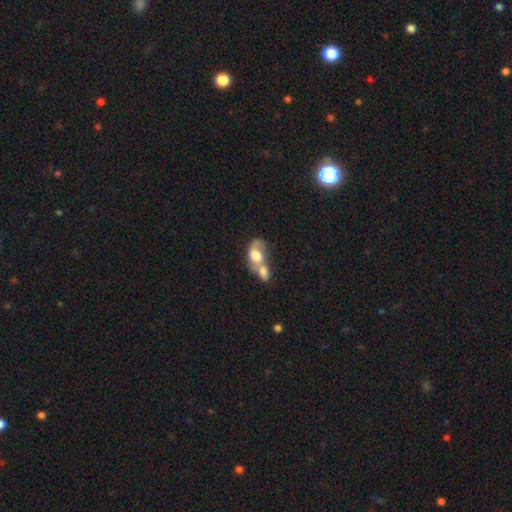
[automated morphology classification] Smooth or featured: smooth — 62% (featured or disk — 30%)
How rounded: in between — 71% (round — 27%)
Merging: merger — 81% (none — 7%)